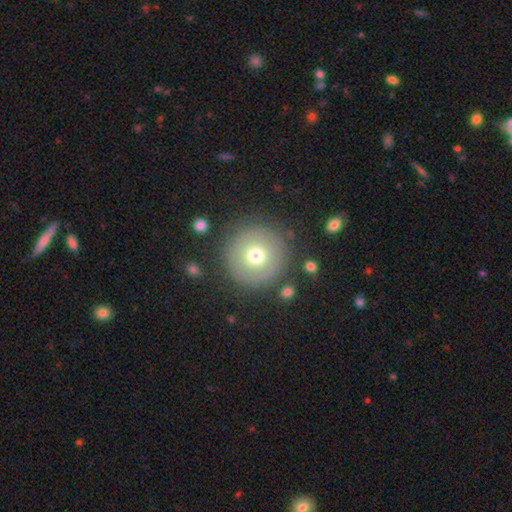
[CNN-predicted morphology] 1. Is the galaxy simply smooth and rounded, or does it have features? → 64% smooth, 26% featured or disk, 10% star or artifact.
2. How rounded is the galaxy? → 96% round, 3% in between, 1% cigar-shaped.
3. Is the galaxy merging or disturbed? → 84% none, 9% minor disturbance, 5% major disturbance, 2% merger.